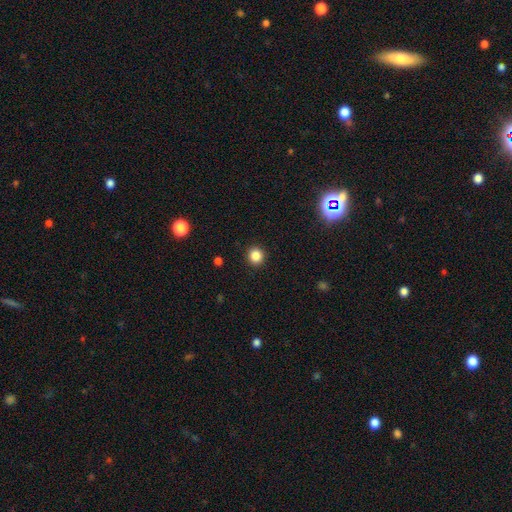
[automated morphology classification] type=smooth (85%); roundness=round (91%); merging=none (92%).